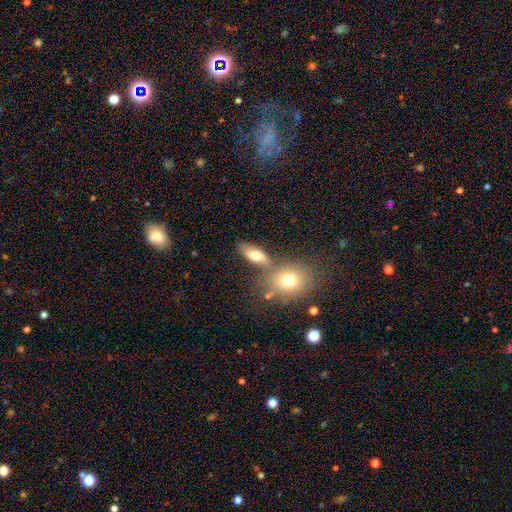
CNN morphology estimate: A smooth galaxy with no disk features (70%) that is in between round and cigar-shaped (76%).

Vote fractions:
- Smooth or featured? smooth: 70% / featured or disk: 20% / star or artifact: 11%
- How rounded? in between: 76% / round: 13% / cigar-shaped: 10%
- Merging? none: 55% / merger: 25% / minor disturbance: 14% / major disturbance: 7%